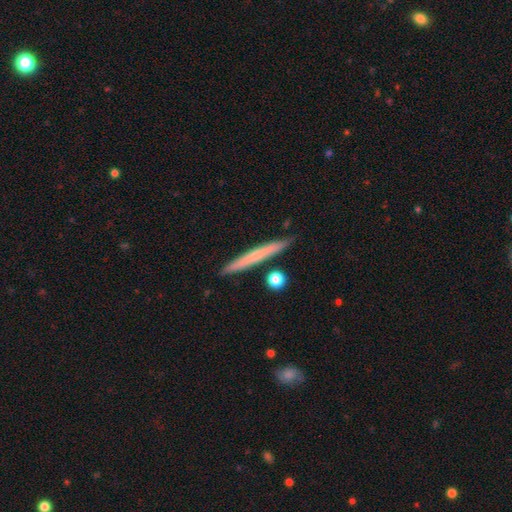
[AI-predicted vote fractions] Smooth or featured?
  - smooth: 53% *
  - featured or disk: 41%
  - star or artifact: 6%
How rounded?
  - cigar-shaped: 96% *
  - in between: 2%
  - round: 2%
Merging?
  - none: 88% *
  - minor disturbance: 7%
  - merger: 3%
  - major disturbance: 2%